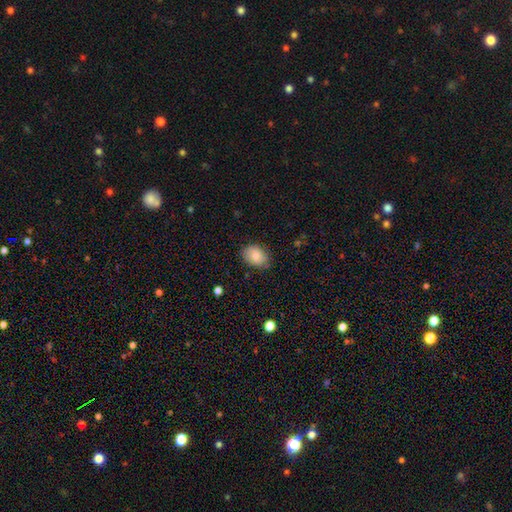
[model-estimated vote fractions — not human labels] Smooth or featured? Predicted: smooth (p=0.81). How rounded? Predicted: in between (p=0.73). Merging? Predicted: none (p=0.79).